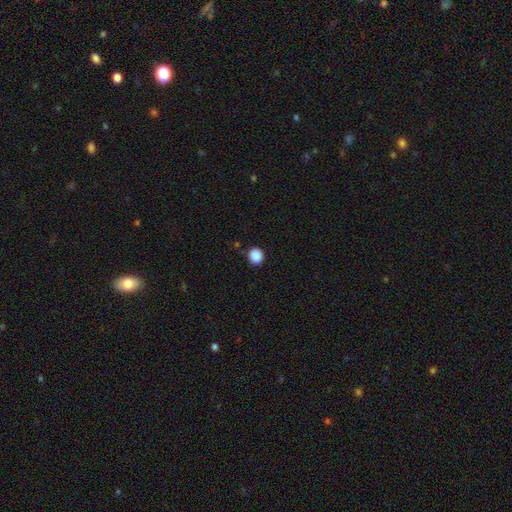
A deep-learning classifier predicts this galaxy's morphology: The model was most divided on "how rounded": round: 87%, in between: 12%, cigar-shaped: 1%. More confident: merging — none (89%); smooth or featured — smooth (89%).